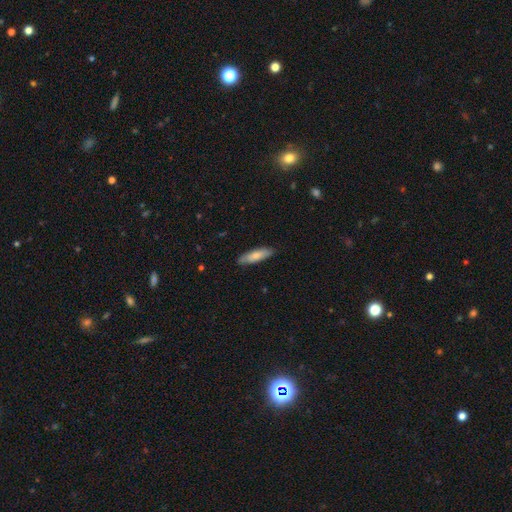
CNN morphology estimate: Smooth or featured? smooth (76%)
How rounded? cigar-shaped (64%)
Merging? none (85%)